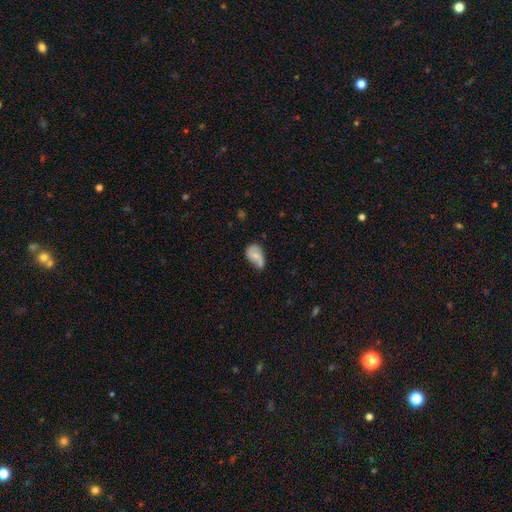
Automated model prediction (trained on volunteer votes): This appears to be a smooth galaxy with no disk features (52%) that is in between round and cigar-shaped (85%). Merging: minor disturbance (39%).